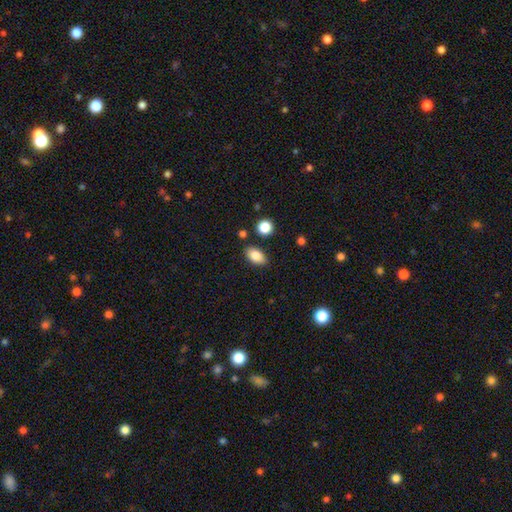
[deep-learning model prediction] Q: Smooth or featured?
A: smooth (84%); runner-up: star or artifact (8%)
Q: How rounded?
A: in between (89%); runner-up: round (8%)
Q: Merging?
A: none (83%); runner-up: minor disturbance (10%)